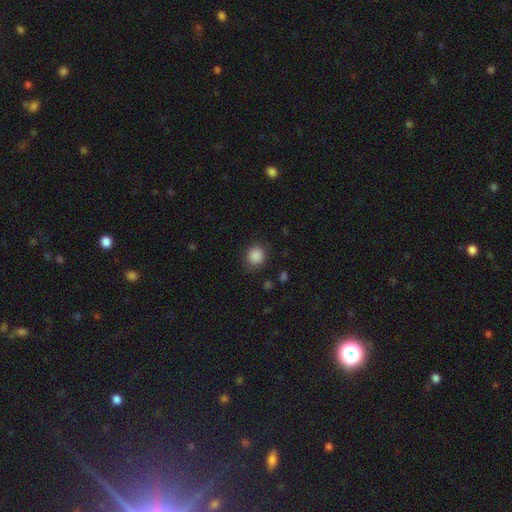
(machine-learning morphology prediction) type=smooth (88%); roundness=round (82%); merging=none (84%).